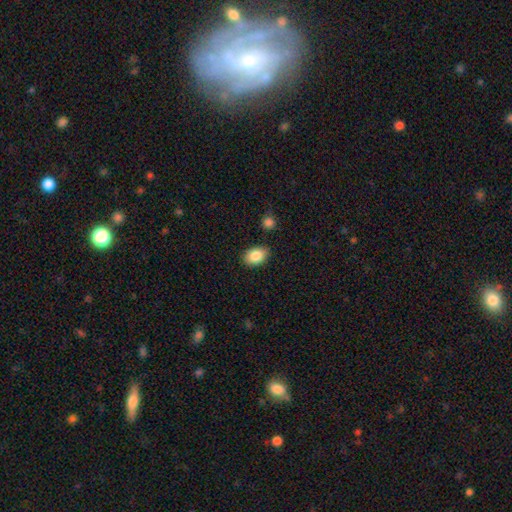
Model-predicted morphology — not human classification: Smooth or featured? Predicted: smooth (p=0.85). How rounded? Predicted: in between (p=0.85). Merging? Predicted: none (p=0.85).